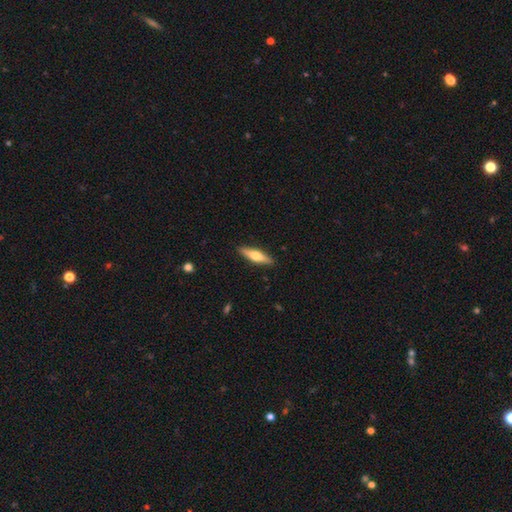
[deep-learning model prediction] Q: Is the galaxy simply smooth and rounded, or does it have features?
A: smooth — 49%.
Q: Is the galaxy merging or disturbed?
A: none — 90%.